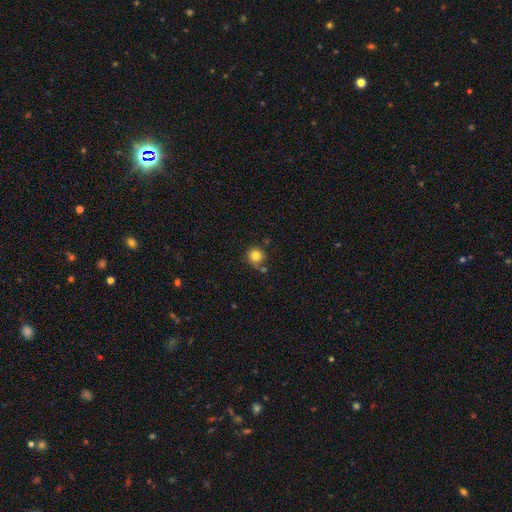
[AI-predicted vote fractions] smooth 82%, star or artifact 11%, featured or disk 7%. Down the decision tree: how rounded — round (93%); merging — none (75%).